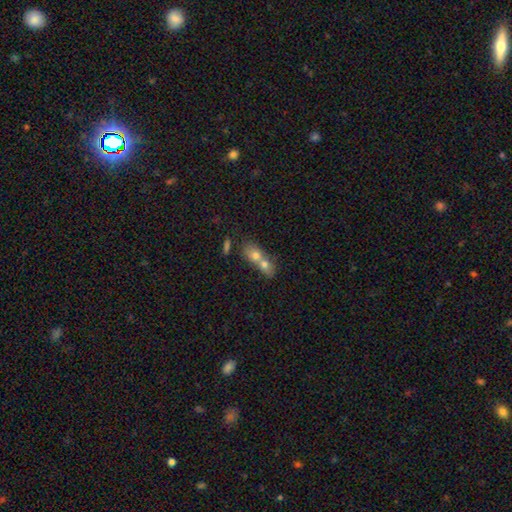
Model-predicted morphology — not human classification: This is likely a smooth galaxy (67%). How rounded: possibly in between (56%). Merging: likely merger (73%).